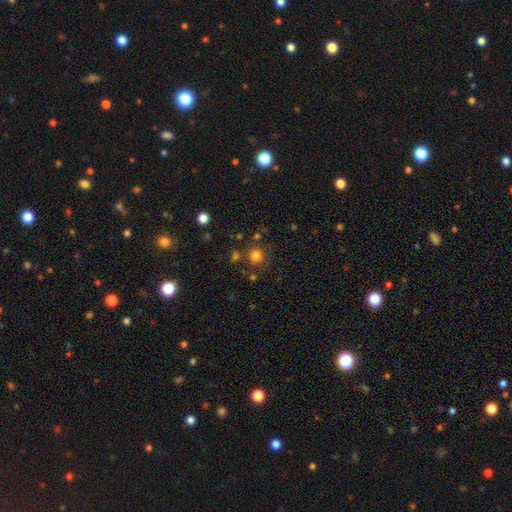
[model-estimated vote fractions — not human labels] Morphology: type=smooth (77%); roundness=round (90%); merging=none (78%).